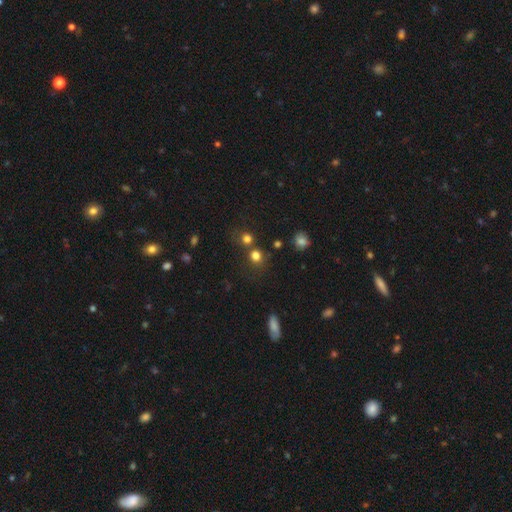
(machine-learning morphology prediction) The model was most divided on "merging": none: 61%, merger: 24%, minor disturbance: 9%, major disturbance: 5%. More confident: how rounded — round (85%); smooth or featured — smooth (75%).